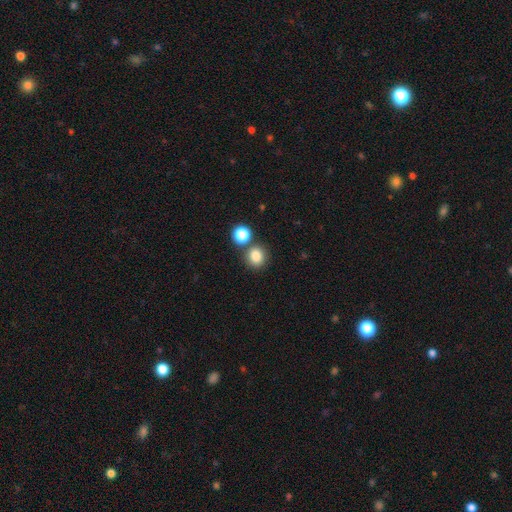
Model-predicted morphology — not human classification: Smooth or featured? smooth (83%)
How rounded? round (81%)
Merging? none (71%)